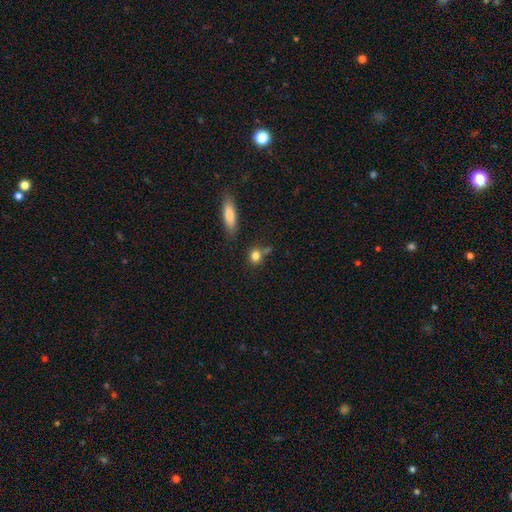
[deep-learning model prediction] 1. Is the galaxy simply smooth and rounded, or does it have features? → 81% smooth, 11% star or artifact, 9% featured or disk.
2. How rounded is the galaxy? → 72% round, 25% in between, 3% cigar-shaped.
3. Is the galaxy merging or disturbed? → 58% none, 22% merger, 15% minor disturbance, 5% major disturbance.